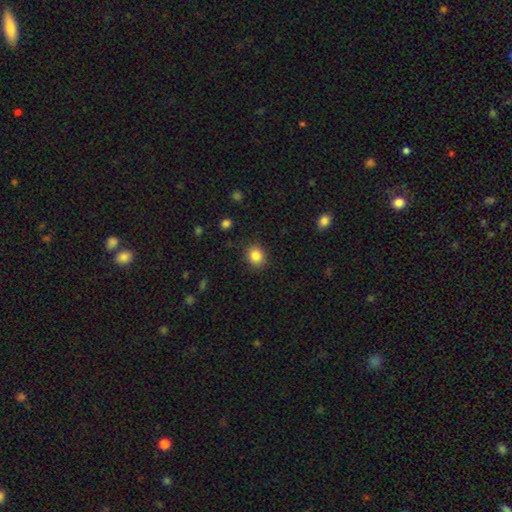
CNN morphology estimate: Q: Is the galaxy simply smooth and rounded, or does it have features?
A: smooth — 85%.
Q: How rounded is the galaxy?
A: round — 77%.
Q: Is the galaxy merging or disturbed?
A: none — 88%.